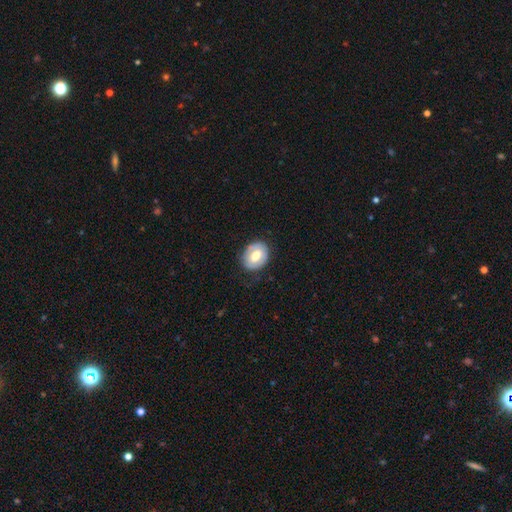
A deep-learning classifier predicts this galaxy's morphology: type=smooth (50%); roundness=in between (56%); merging=none (77%).